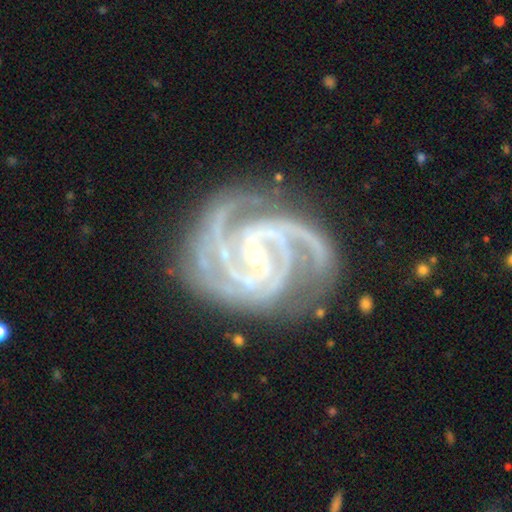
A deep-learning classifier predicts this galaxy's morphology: A featured or disk galaxy (93%) with no bar (37%), 3 (46%) tight (60%) spiral arms (99%) and a small central bulge (75%). Merging: none (73%).